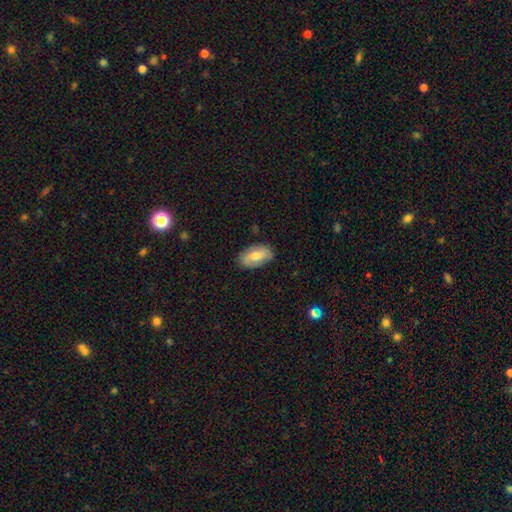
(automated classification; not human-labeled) Overall: smooth (64%; featured or disk 29%). How rounded: in between (92%). Merging: none (81%).